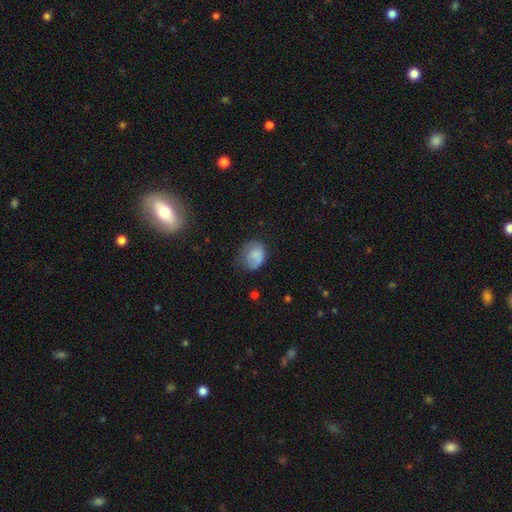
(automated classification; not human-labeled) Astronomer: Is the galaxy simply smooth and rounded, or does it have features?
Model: smooth — 78%.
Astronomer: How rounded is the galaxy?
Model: round — 60% (runner-up: in between, 39%).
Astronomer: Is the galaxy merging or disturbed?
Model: none — 49% (runner-up: minor disturbance, 32%).